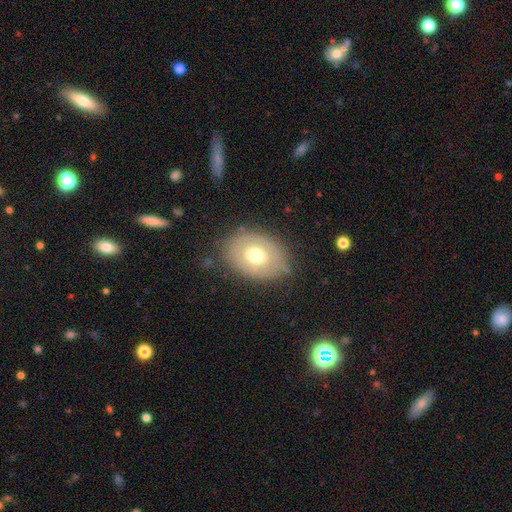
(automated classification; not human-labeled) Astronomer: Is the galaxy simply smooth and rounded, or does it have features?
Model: smooth — 60%.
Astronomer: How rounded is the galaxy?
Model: in between — 75%.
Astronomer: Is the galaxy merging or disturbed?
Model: none — 75%.